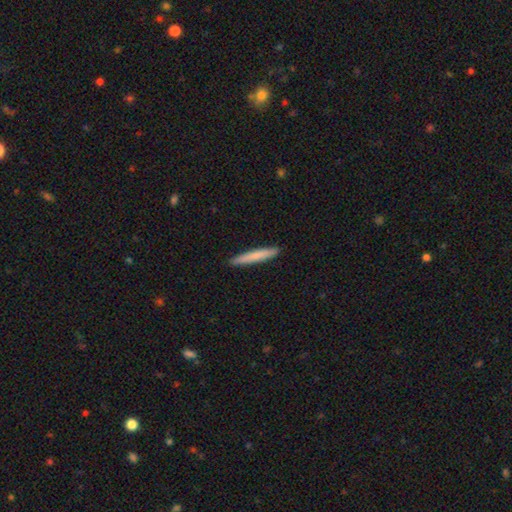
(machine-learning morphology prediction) Smooth or featured? smooth (77%)
How rounded? cigar-shaped (96%)
Merging? none (92%)